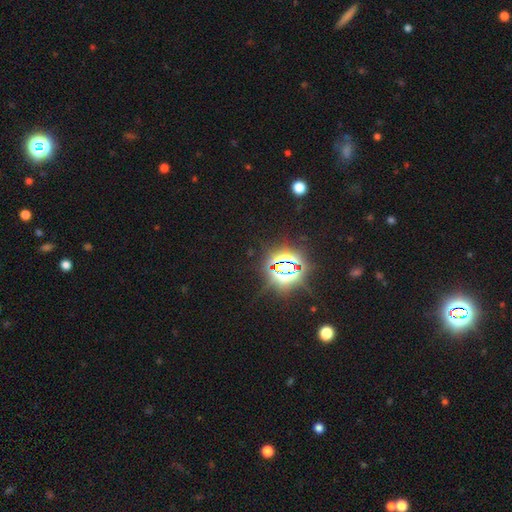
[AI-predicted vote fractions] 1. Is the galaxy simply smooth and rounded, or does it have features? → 82% star or artifact, 12% smooth, 6% featured or disk.